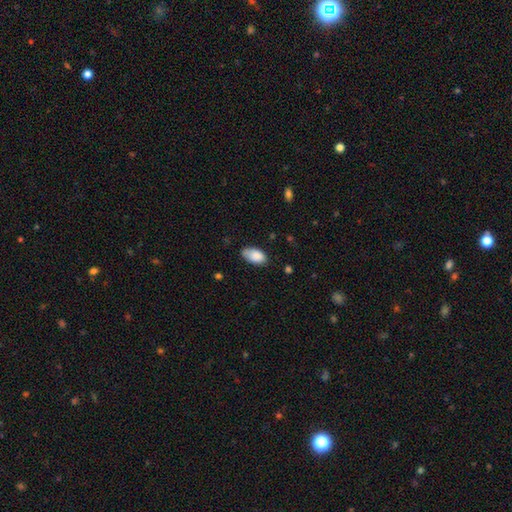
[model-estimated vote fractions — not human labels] Morphology: type=smooth (87%); roundness=in between (94%); merging=none (68%).